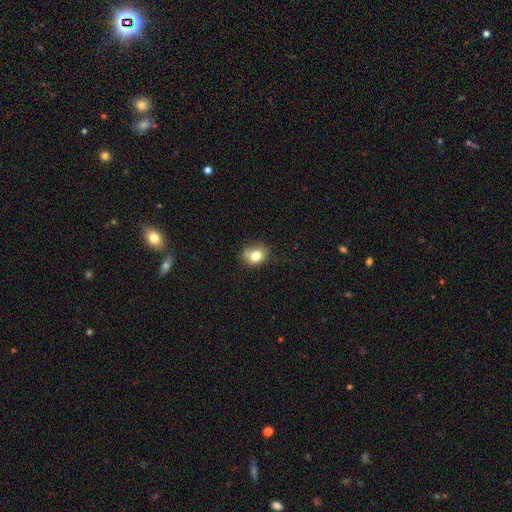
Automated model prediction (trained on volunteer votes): Smooth or featured?
  - smooth: 79% *
  - star or artifact: 11%
  - featured or disk: 10%
How rounded?
  - round: 54% *
  - in between: 45%
  - cigar-shaped: 1%
Merging?
  - none: 63% *
  - minor disturbance: 27%
  - major disturbance: 7%
  - merger: 3%